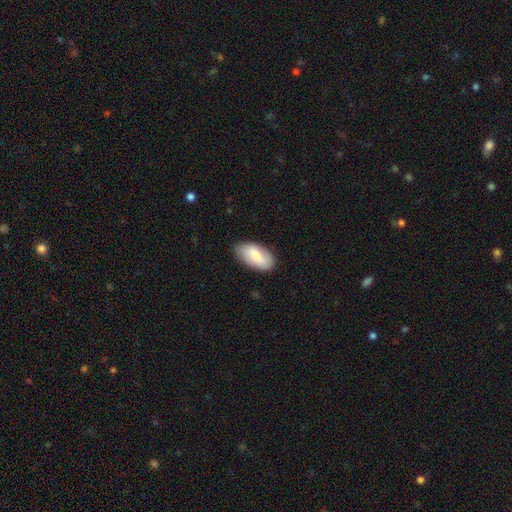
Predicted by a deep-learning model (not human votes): Overall: smooth (74%). How rounded: in between (94%). Merging: none (81%).